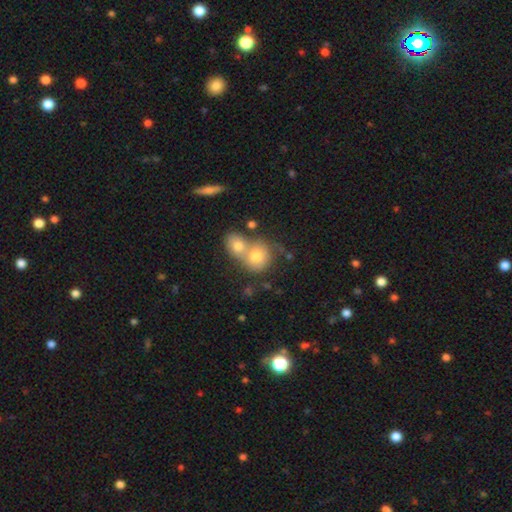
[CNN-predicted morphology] Smooth or featured?
  - smooth: 71% *
  - featured or disk: 19%
  - star or artifact: 10%
How rounded?
  - round: 73% *
  - in between: 26%
  - cigar-shaped: 1%
Merging?
  - merger: 63% *
  - none: 27%
  - minor disturbance: 7%
  - major disturbance: 3%